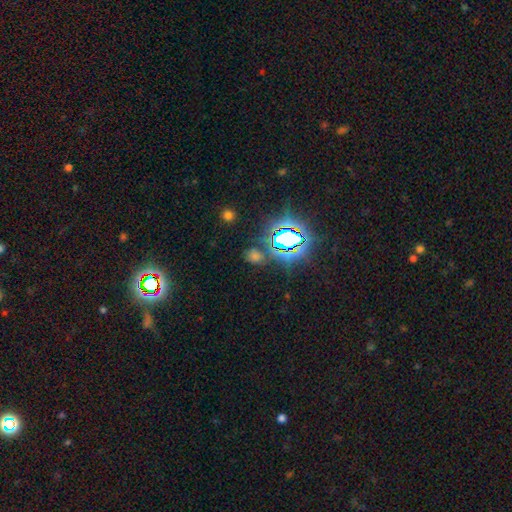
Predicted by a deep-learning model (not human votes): Smooth or featured? star or artifact (55%)